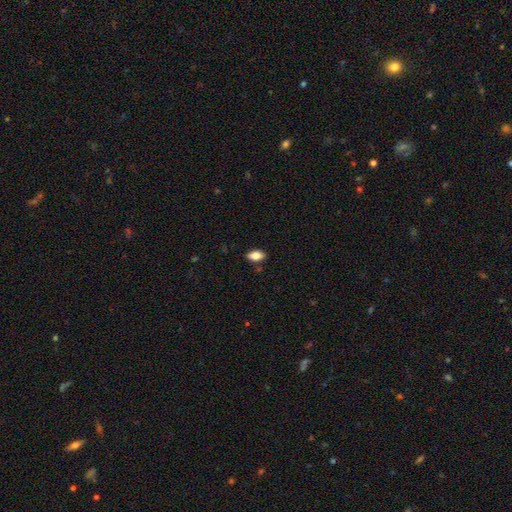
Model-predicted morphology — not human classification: Q: Smooth or featured?
A: smooth (77%); runner-up: featured or disk (15%)
Q: How rounded?
A: in between (89%); runner-up: cigar-shaped (6%)
Q: Merging?
A: none (86%); runner-up: minor disturbance (10%)